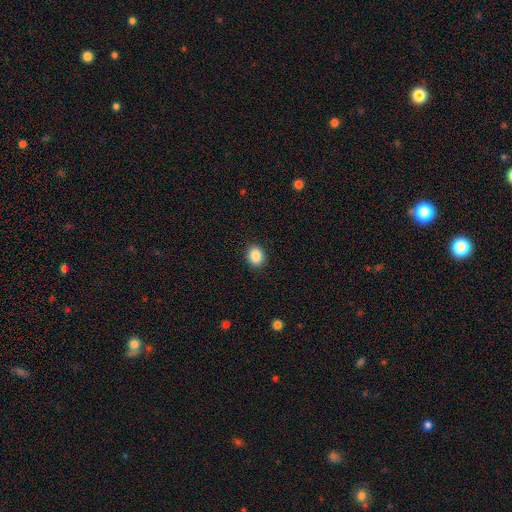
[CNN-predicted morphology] type=smooth (87%); roundness=round (56%); merging=none (90%).